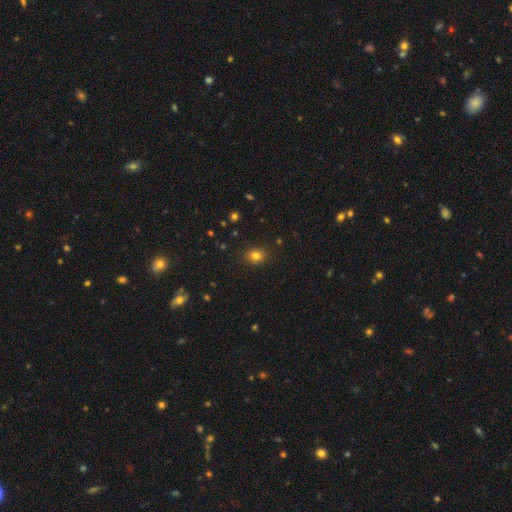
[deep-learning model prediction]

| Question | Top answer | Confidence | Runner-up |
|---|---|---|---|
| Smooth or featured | smooth | 79% | star or artifact (15%) |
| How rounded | round | 59% | in between (40%) |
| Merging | none | 88% | minor disturbance (9%) |